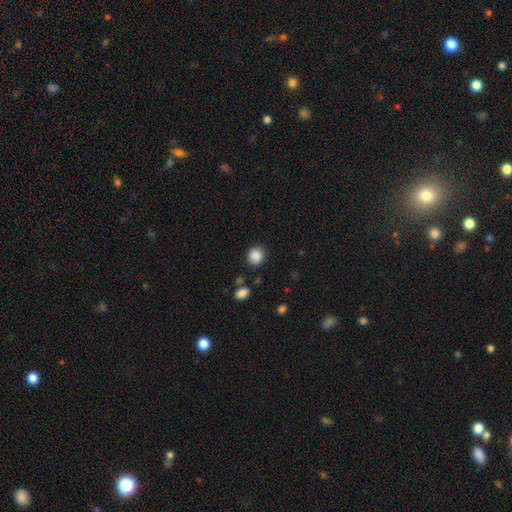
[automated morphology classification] smooth-or-featured: smooth: 88% | star or artifact: 9% | featured or disk: 3%
  how-rounded: round: 82% | in between: 17% | cigar-shaped: 1%
  merging: none: 86% | minor disturbance: 8% | major disturbance: 3% | merger: 3%